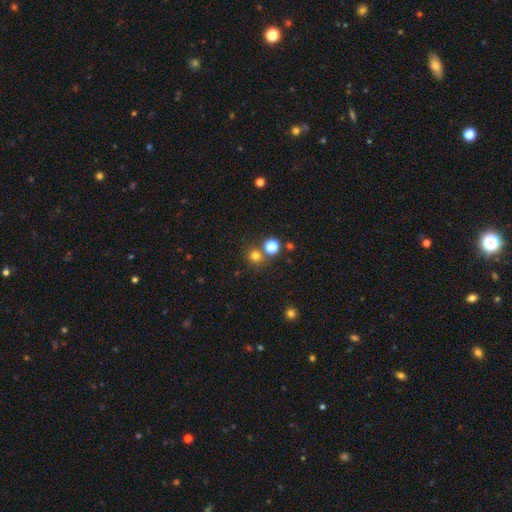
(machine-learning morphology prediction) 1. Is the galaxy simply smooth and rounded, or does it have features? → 73% smooth, 20% star or artifact, 6% featured or disk.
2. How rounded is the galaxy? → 89% round, 10% in between, 1% cigar-shaped.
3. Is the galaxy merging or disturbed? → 70% none, 20% merger, 7% minor disturbance, 3% major disturbance.